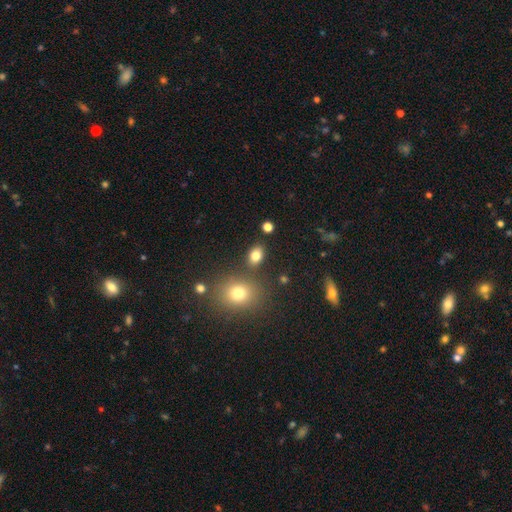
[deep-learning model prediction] Morphology: type=smooth (81%); roundness=in between (80%); merging=none (80%).